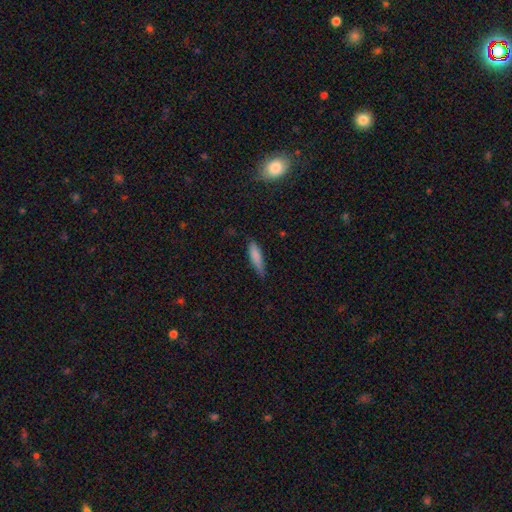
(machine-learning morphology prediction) Overall: smooth (82%). How rounded: cigar-shaped (70%). Merging: none (74%).